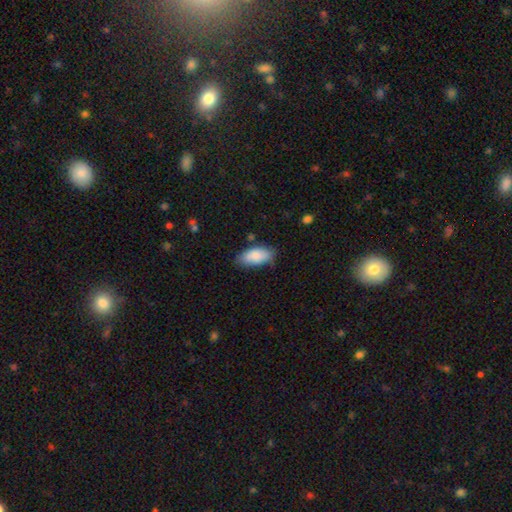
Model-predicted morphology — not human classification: Overall: smooth (86%). How rounded: in between (91%). Merging: none (75%).